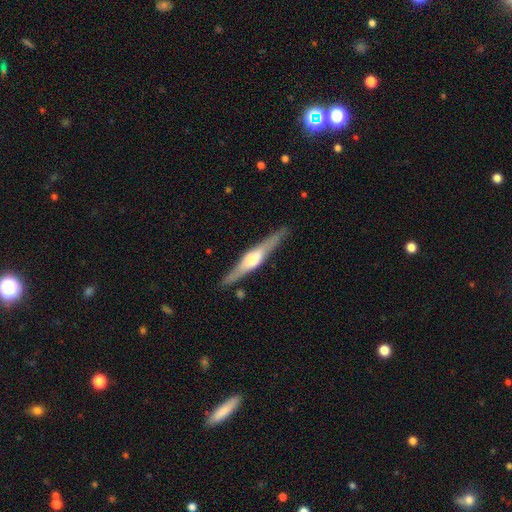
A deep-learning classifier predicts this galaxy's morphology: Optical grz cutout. It shows a featured or disk galaxy (74%) viewed edge-on (97%) with a rounded central bulge (83%). Merging: none (87%).